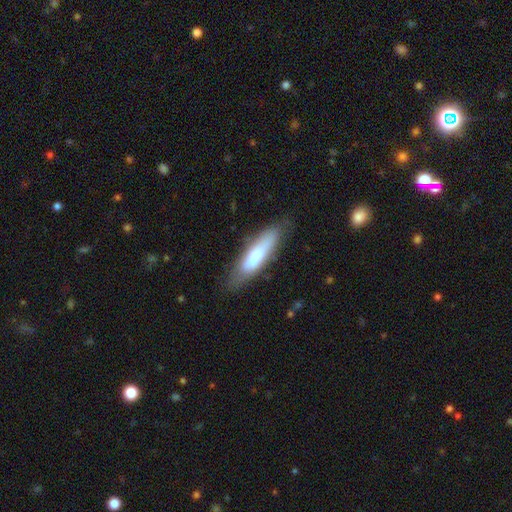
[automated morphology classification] A smooth galaxy with no disk features (68%) that is cigar-shaped (64%). Merging: none (77%).